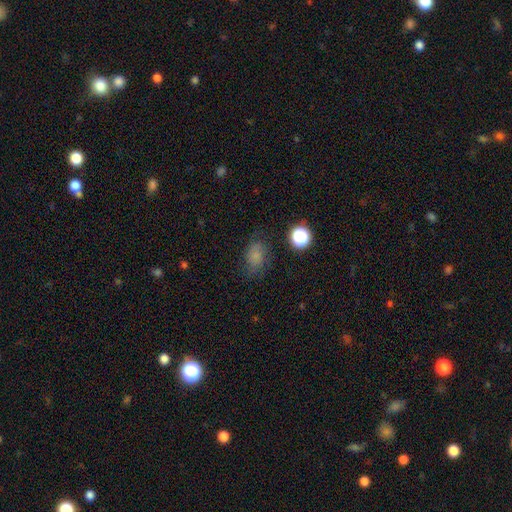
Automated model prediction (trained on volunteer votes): Overall: smooth (73%). How rounded: in between (74%). Merging: none (68%).